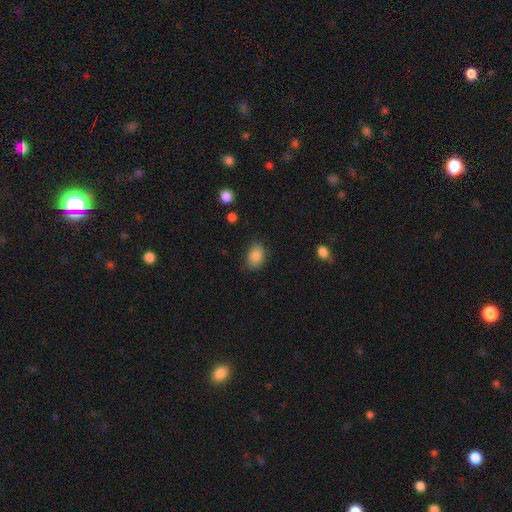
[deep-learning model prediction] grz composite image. It shows a smooth galaxy with no disk features (87%) that is in between round and cigar-shaped (75%). Merging: none (78%).